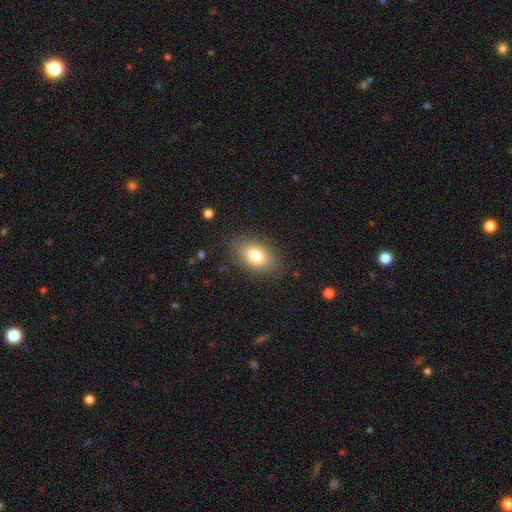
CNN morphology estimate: The model was most divided on "smooth or featured": smooth: 80%, featured or disk: 11%, star or artifact: 9%. More confident: how rounded — in between (86%); merging — none (83%).